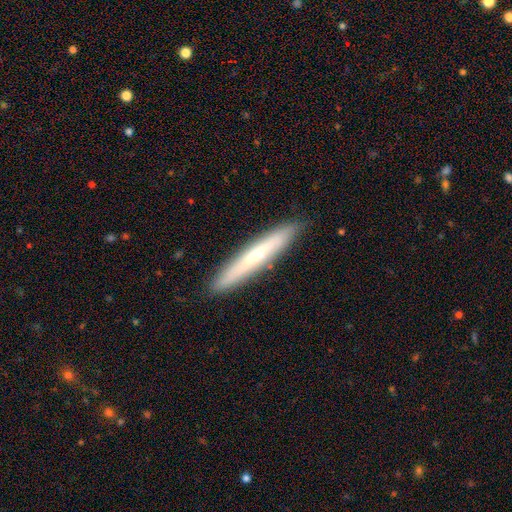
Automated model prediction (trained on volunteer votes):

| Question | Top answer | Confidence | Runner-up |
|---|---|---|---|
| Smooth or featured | smooth | 56% | featured or disk (38%) |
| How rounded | cigar-shaped | 95% | in between (4%) |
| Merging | none | 90% | minor disturbance (8%) |